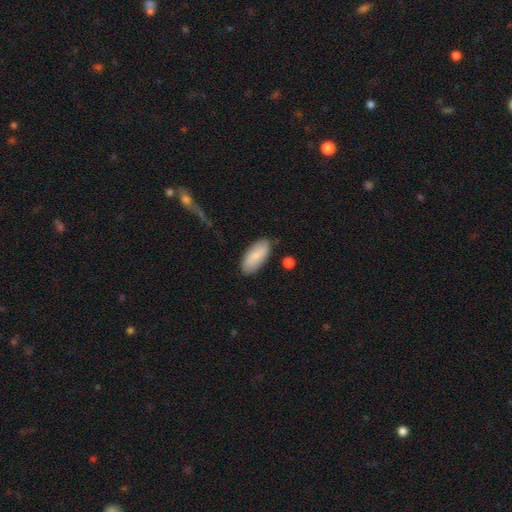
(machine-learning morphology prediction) smooth_or_featured: smooth (p=0.82) [alt: featured or disk p=0.12]
how_rounded: in between (p=0.87) [alt: cigar-shaped p=0.11]
merging: none (p=0.84) [alt: minor disturbance p=0.12]